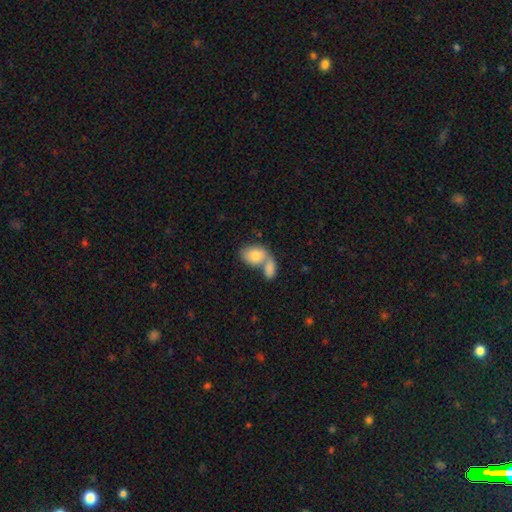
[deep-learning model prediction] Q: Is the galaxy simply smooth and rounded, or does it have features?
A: smooth — 81%.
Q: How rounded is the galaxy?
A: in between — 83%.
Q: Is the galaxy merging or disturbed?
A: merger — 64%.